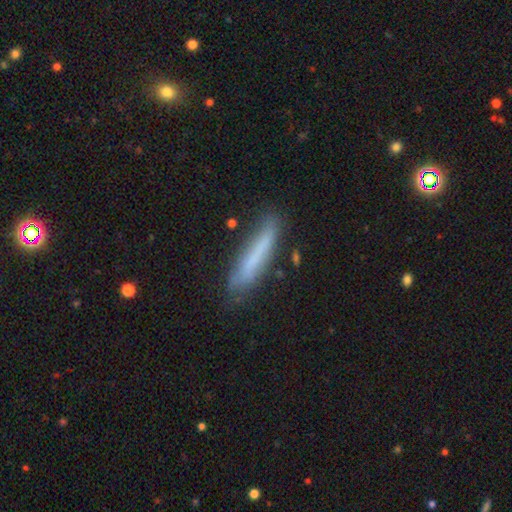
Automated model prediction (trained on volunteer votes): This appears to be a smooth galaxy with no disk features (65%) that is cigar-shaped (91%). Merging: none (76%).